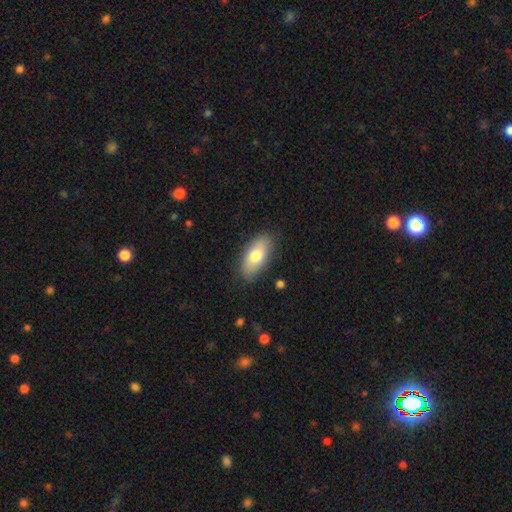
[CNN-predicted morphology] smooth_or_featured: smooth (p=0.75) [alt: featured or disk p=0.19]
how_rounded: in between (p=0.88) [alt: cigar-shaped p=0.08]
merging: none (p=0.84) [alt: minor disturbance p=0.12]